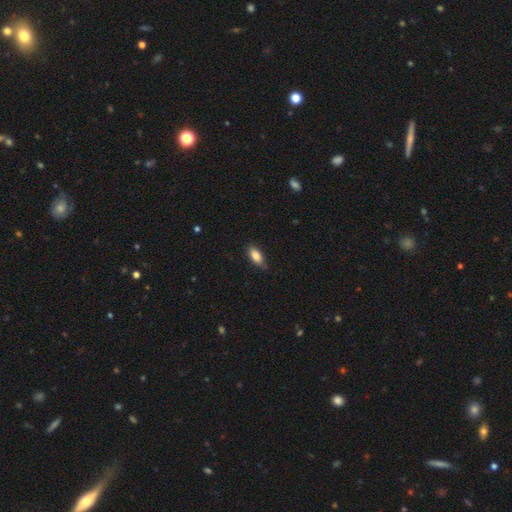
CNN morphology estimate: Smooth or featured? Predicted: smooth (p=0.84). How rounded? Predicted: in between (p=0.85). Merging? Predicted: none (p=0.74).